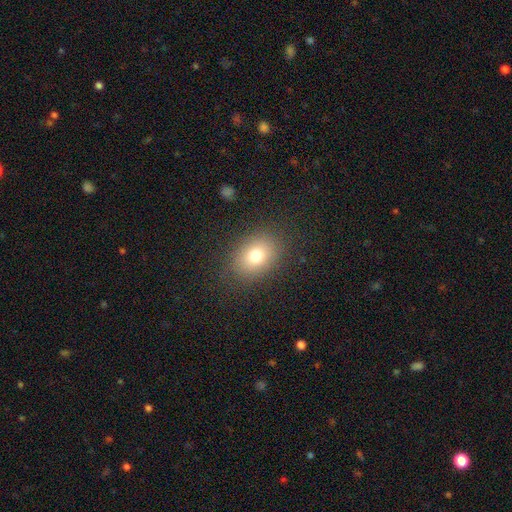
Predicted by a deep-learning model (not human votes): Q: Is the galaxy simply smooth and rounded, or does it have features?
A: smooth — 76%.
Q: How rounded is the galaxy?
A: in between — 65%.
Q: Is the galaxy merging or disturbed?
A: none — 85%.